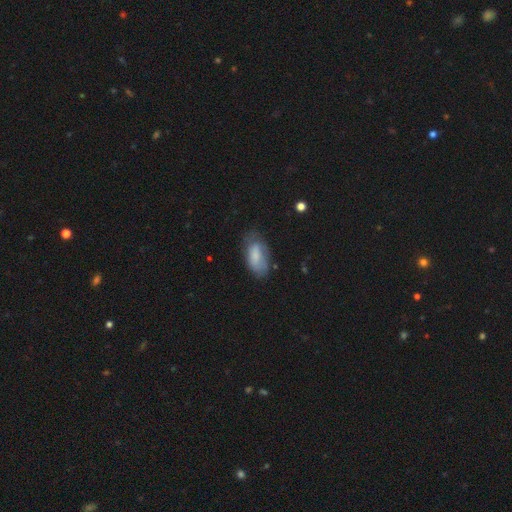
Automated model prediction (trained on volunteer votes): smooth_or_featured: smooth (p=0.73) [alt: featured or disk p=0.20]
how_rounded: in between (p=0.92) [alt: cigar-shaped p=0.05]
merging: none (p=0.54) [alt: minor disturbance p=0.31]